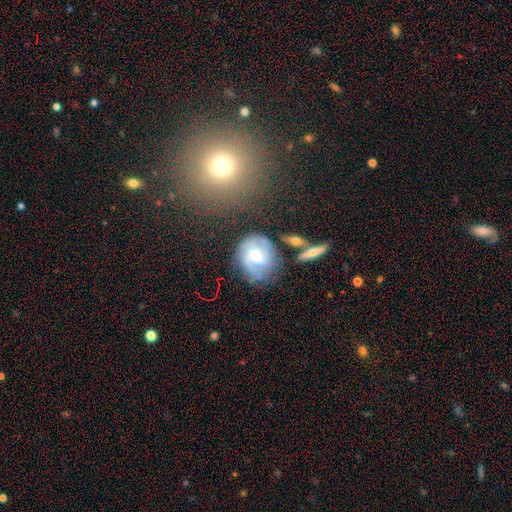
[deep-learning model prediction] A featured or disk galaxy (64%) with no bar (54%), 2 (44%) tight (46%) spiral arms (89%) and a moderate central bulge (50%).

Vote fractions:
- Smooth or featured? featured or disk: 64% / smooth: 27% / star or artifact: 8%
- Edge-on disk? no: 96% / yes: 4%
- Bar? no: 54% / weak: 39% / strong: 7%
- Spiral arms? yes: 89% / no: 11%
- Spiral winding? tight: 46% / medium: 39% / loose: 15%
- Spiral arm count? 2: 44% / can't tell: 28% / 3: 15% / 1: 5% / 4: 4% / more than 4: 3%
- Bulge size? moderate: 50% / small: 30% / large: 12% / none: 5% / dominant: 2%
- Merging? none: 65% / minor disturbance: 19% / major disturbance: 10% / merger: 7%